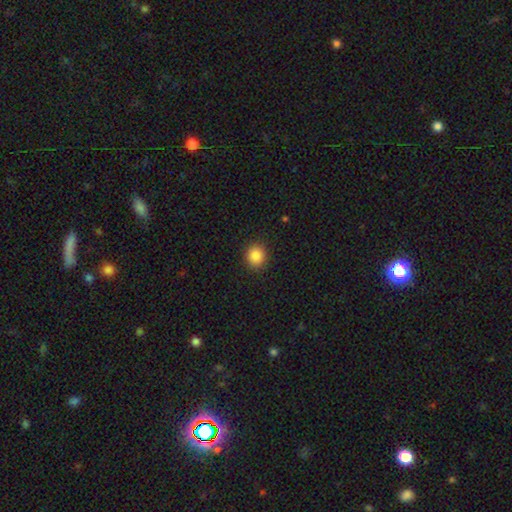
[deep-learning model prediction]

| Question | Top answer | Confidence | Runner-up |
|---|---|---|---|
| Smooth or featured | smooth | 86% | star or artifact (10%) |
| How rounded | round | 86% | in between (13%) |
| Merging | none | 90% | minor disturbance (7%) |